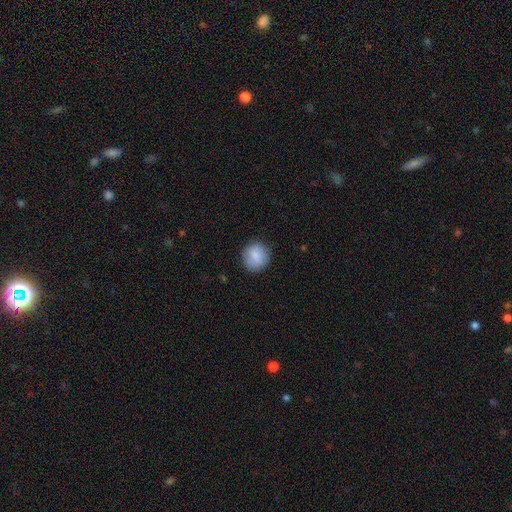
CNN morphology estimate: A smooth galaxy with no disk features (84%) that is round (88%). Merging: none (85%).